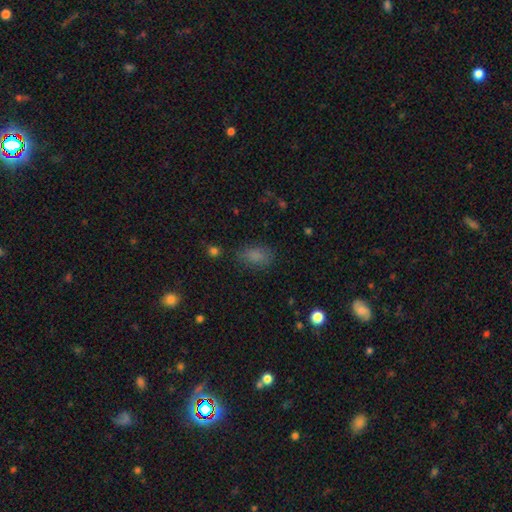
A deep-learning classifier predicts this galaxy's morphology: smooth_or_featured: smooth (p=0.79) [alt: star or artifact p=0.15]
how_rounded: in between (p=0.85) [alt: round p=0.12]
merging: none (p=0.71) [alt: minor disturbance p=0.20]